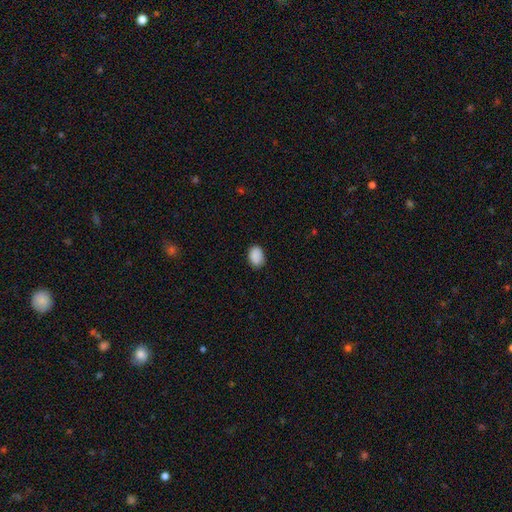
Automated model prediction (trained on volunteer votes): A smooth galaxy with no disk features (90%) that is in between round and cigar-shaped (76%).

Vote fractions:
- Smooth or featured? smooth: 90% / star or artifact: 7% / featured or disk: 3%
- How rounded? in between: 76% / round: 23% / cigar-shaped: 1%
- Merging? none: 85% / minor disturbance: 12% / major disturbance: 2% / merger: 1%